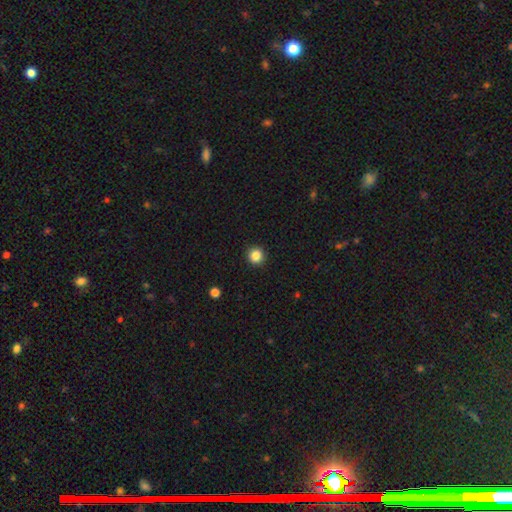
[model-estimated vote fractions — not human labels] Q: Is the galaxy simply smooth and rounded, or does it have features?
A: smooth — 85%.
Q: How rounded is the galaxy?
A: round — 95%.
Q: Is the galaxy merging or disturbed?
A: none — 93%.